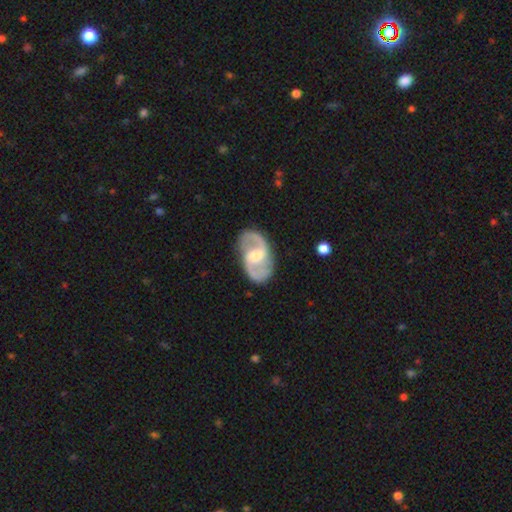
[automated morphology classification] smooth-or-featured: featured or disk: 88% | smooth: 8% | star or artifact: 4%
  disk-edge-on: no: 97% | yes: 3%
    bar: weak: 52% | no: 27% | strong: 21%
    has-spiral-arms: yes: 96% | no: 4%
      spiral-winding: medium: 56% | loose: 29% | tight: 15%
      spiral-arm-count: 2: 93% | can't tell: 2% | 1: 1% | 3: 1% | 4: 1% | more than 4: 1%
    bulge-size: moderate: 58% | small: 29% | large: 8% | none: 4% | dominant: 1%
  merging: none: 85% | minor disturbance: 11% | major disturbance: 3% | merger: 1%